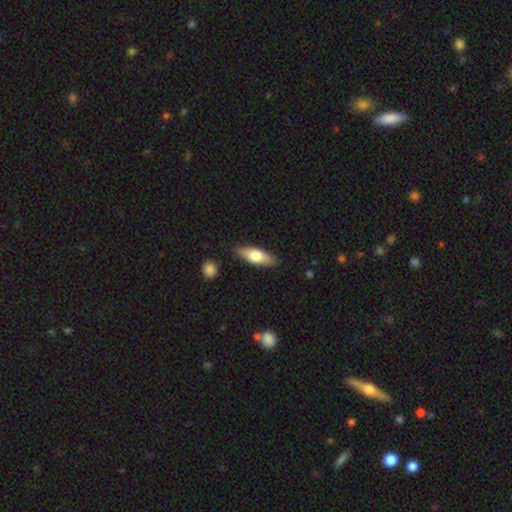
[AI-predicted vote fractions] This is likely a smooth galaxy (63%). How rounded: possibly in between (59%). Merging: clearly none (85%).